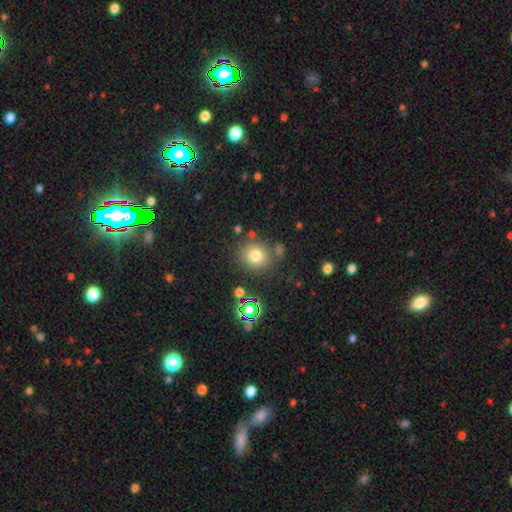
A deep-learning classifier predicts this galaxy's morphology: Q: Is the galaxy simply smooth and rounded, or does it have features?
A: smooth — 76%.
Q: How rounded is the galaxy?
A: round — 84%.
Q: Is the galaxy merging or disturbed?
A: none — 78%.